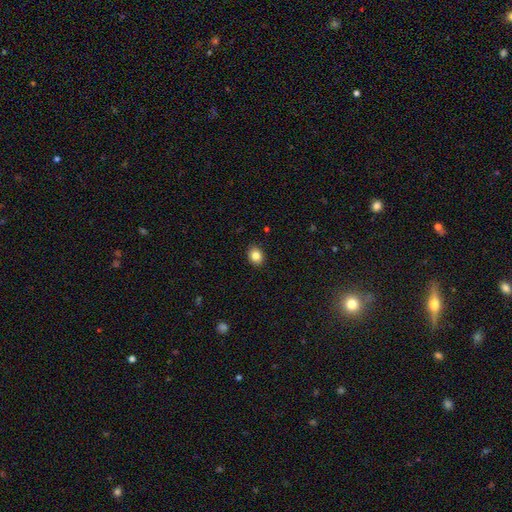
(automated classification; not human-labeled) This is clearly a smooth galaxy (84%). How rounded: possibly round (55%). Merging: clearly none (90%).